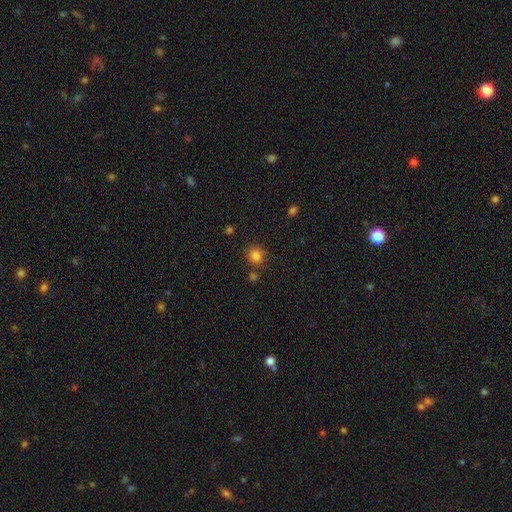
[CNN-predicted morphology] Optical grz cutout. It shows a smooth galaxy with no disk features (83%) that is round (88%). Merging: none (78%).